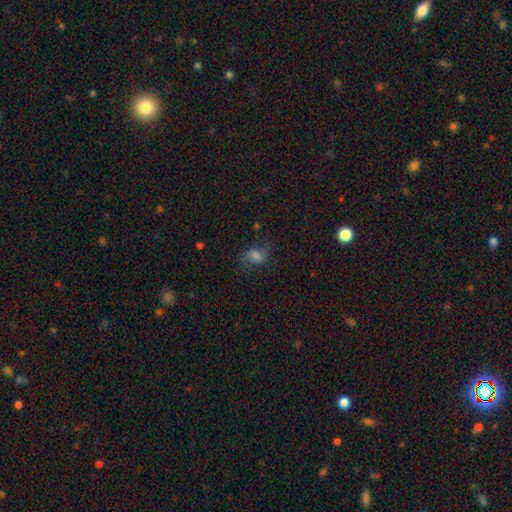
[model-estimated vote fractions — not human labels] smooth_or_featured: smooth (p=0.54) [alt: featured or disk p=0.26]
how_rounded: in between (p=0.72) [alt: round p=0.25]
merging: none (p=0.57) [alt: minor disturbance p=0.23]